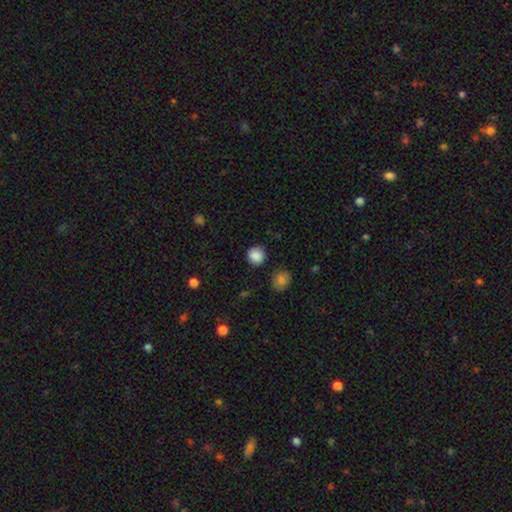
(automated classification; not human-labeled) This is clearly a smooth galaxy (87%). How rounded: clearly round (91%). Merging: clearly none (88%).